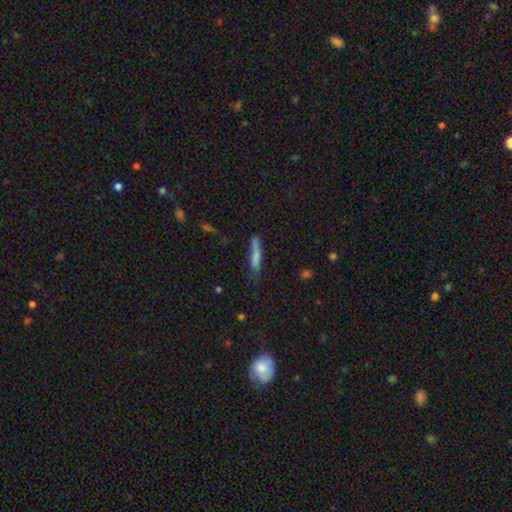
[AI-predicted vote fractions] Smooth or featured?
  - smooth: 74% *
  - featured or disk: 19%
  - star or artifact: 7%
How rounded?
  - cigar-shaped: 88% *
  - in between: 11%
  - round: 2%
Merging?
  - none: 60% *
  - minor disturbance: 27%
  - major disturbance: 8%
  - merger: 4%